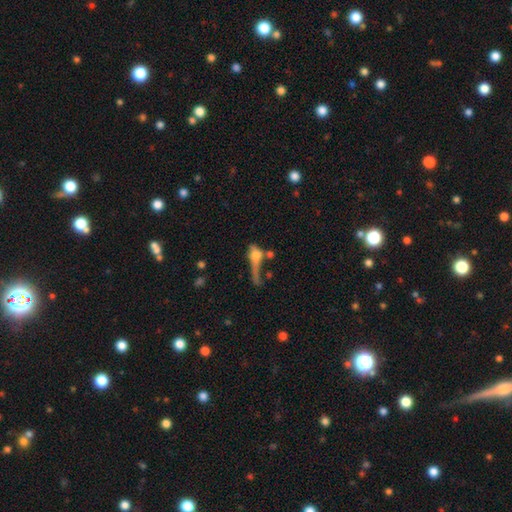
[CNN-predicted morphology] type=smooth (52%); roundness=in between (43%); merging=major disturbance (37%).